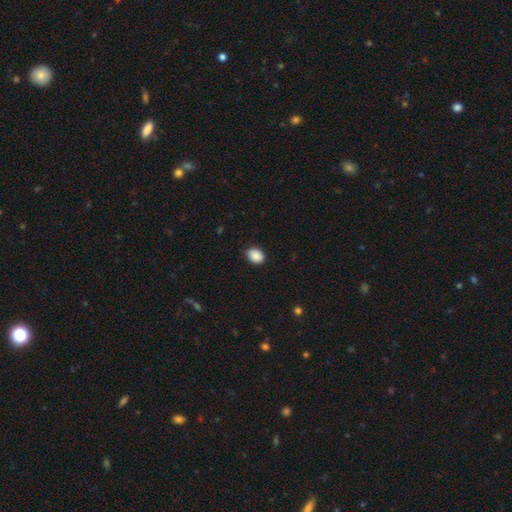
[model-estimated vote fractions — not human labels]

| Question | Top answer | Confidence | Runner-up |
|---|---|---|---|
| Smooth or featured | smooth | 89% | star or artifact (8%) |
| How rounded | in between | 62% | round (37%) |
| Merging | none | 84% | minor disturbance (13%) |